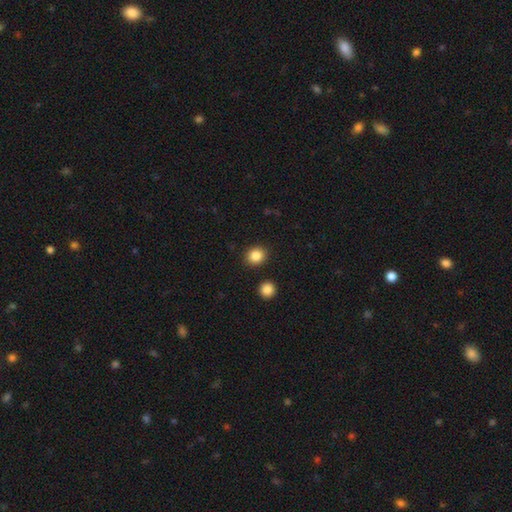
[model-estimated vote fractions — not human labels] The model was most divided on "how rounded": round: 78%, in between: 22%, cigar-shaped: 1%. More confident: merging — none (89%); smooth or featured — smooth (86%).